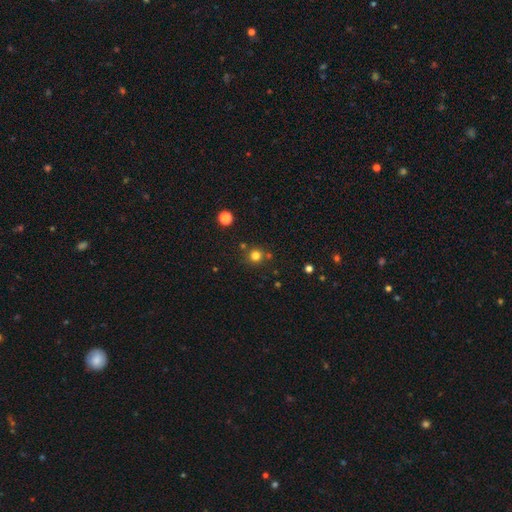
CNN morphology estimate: Smooth or featured?
  - smooth: 77% *
  - star or artifact: 17%
  - featured or disk: 6%
How rounded?
  - round: 94% *
  - in between: 5%
  - cigar-shaped: 1%
Merging?
  - none: 80% *
  - merger: 9%
  - minor disturbance: 8%
  - major disturbance: 3%